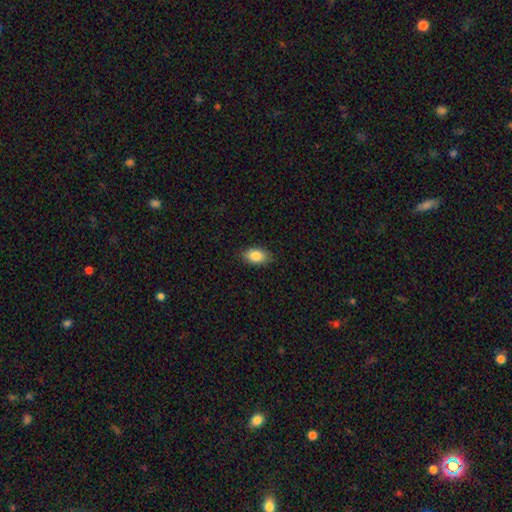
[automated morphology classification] A smooth galaxy with no disk features (85%) that is in between round and cigar-shaped (88%). Merging: none (86%).